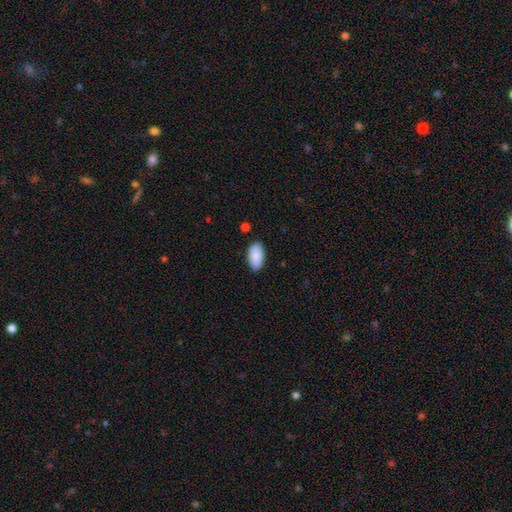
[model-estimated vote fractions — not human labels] A smooth galaxy with no disk features (90%) that is in between round and cigar-shaped (95%).

Vote fractions:
- Smooth or featured? smooth: 90% / star or artifact: 6% / featured or disk: 4%
- How rounded? in between: 95% / cigar-shaped: 3% / round: 3%
- Merging? none: 86% / minor disturbance: 11% / major disturbance: 2% / merger: 2%